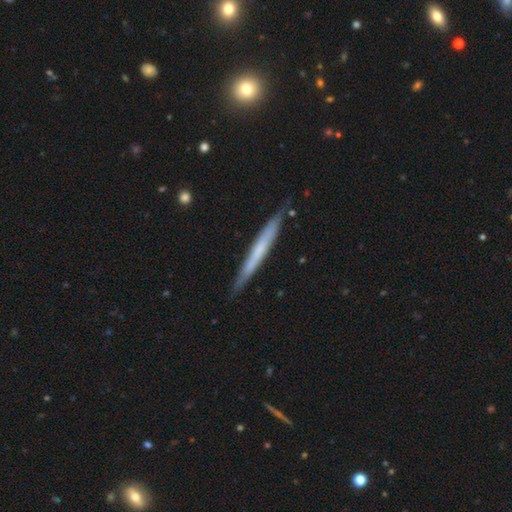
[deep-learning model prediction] Overall: featured or disk (47%, tied with smooth). Merging: none (87%).